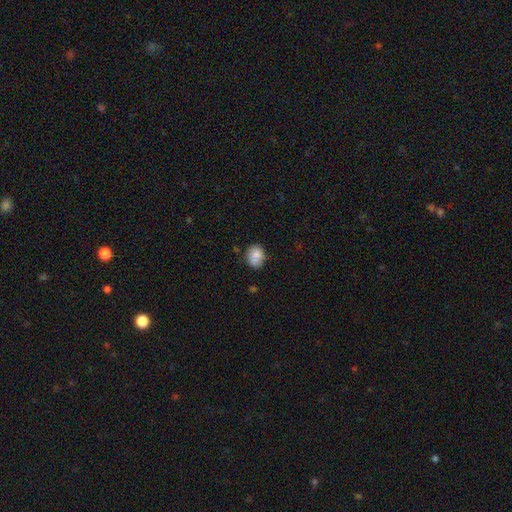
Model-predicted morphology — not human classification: smooth_or_featured: smooth (p=0.84) [alt: star or artifact p=0.08]
how_rounded: in between (p=0.54) [alt: round p=0.45]
merging: none (p=0.67) [alt: minor disturbance p=0.24]